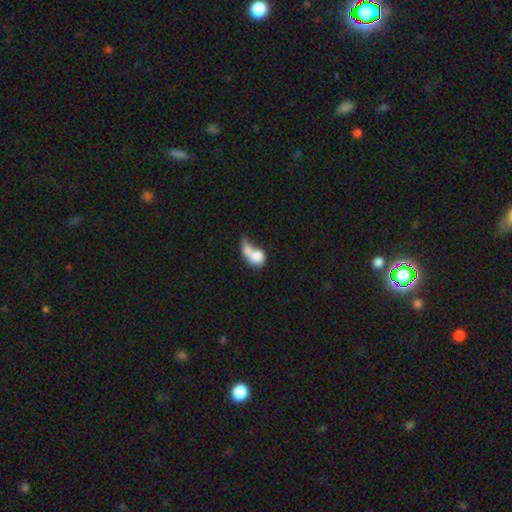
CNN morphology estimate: The model was most divided on "how rounded": in between: 58%, round: 39%, cigar-shaped: 3%. More confident: smooth or featured — smooth (70%); merging — merger (67%).